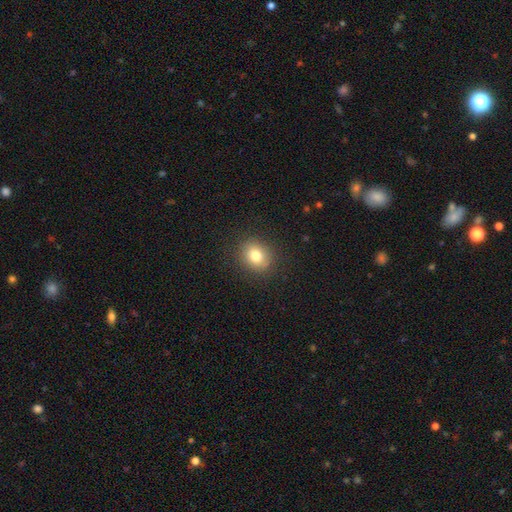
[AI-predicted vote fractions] This is likely a smooth galaxy (80%). How rounded: likely round (67%). Merging: clearly none (88%).